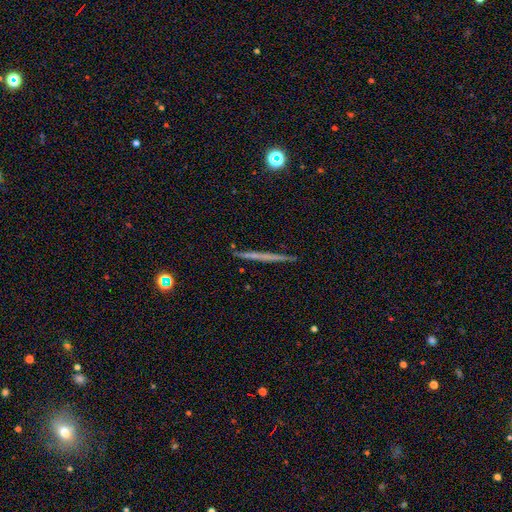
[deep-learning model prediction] Overall: featured or disk (53%; smooth 39%). Edge-on disk: yes (97%). Edge-on bulge: none (90%). Merging: none (92%).